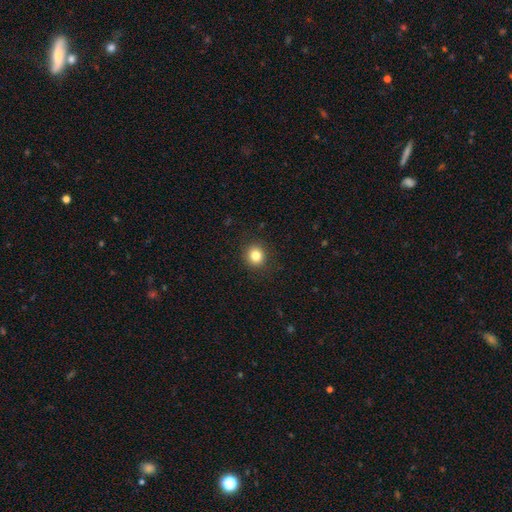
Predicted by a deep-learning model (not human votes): Smooth or featured?
  - smooth: 83% *
  - star or artifact: 12%
  - featured or disk: 6%
How rounded?
  - round: 88% *
  - in between: 11%
  - cigar-shaped: 1%
Merging?
  - none: 91% *
  - minor disturbance: 6%
  - major disturbance: 2%
  - merger: 1%